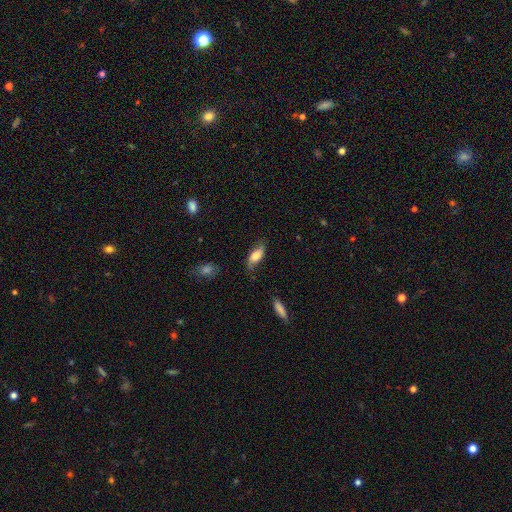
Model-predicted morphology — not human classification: This is likely a smooth galaxy (68%). How rounded: clearly in between (81%). Merging: likely none (65%).